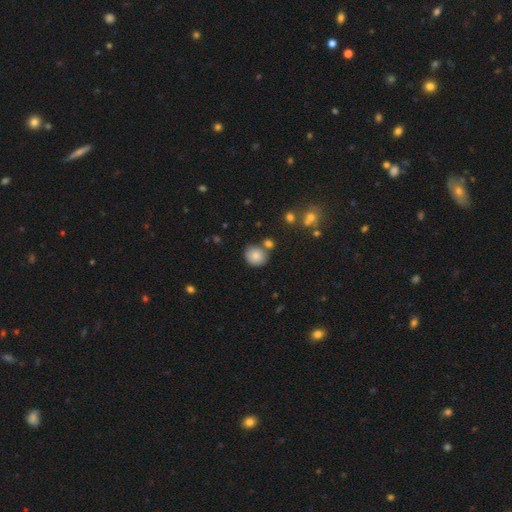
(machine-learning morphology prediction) Overall: smooth (81%). How rounded: round (85%). Merging: none (73%).